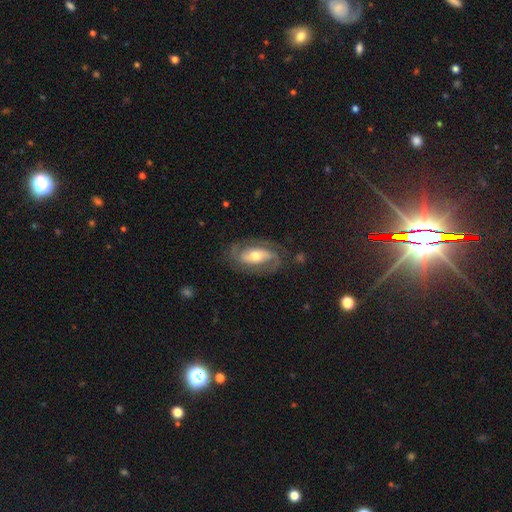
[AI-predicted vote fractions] Smooth or featured?
  - featured or disk: 80% *
  - smooth: 15%
  - star or artifact: 6%
Edge-on disk?
  - no: 94% *
  - yes: 6%
Bar?
  - no: 39% *
  - weak: 34%
  - strong: 27%
Spiral arms?
  - yes: 90% *
  - no: 10%
Spiral winding?
  - medium: 45% *
  - tight: 35%
  - loose: 20%
Spiral arm count?
  - 2: 82% *
  - can't tell: 8%
  - 1: 3%
  - 3: 3%
  - 4: 1%
  - more than 4: 1%
Bulge size?
  - moderate: 68% *
  - small: 19%
  - large: 11%
  - dominant: 1%
  - none: 1%
Merging?
  - none: 74% *
  - minor disturbance: 16%
  - major disturbance: 9%
  - merger: 1%